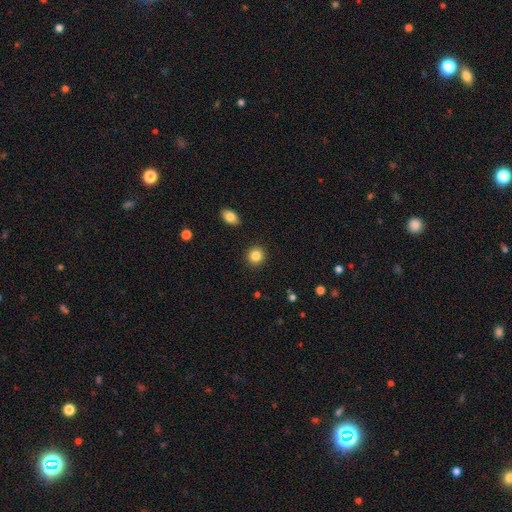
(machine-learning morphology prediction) This is clearly a smooth galaxy (85%). How rounded: clearly round (88%). Merging: clearly none (91%).